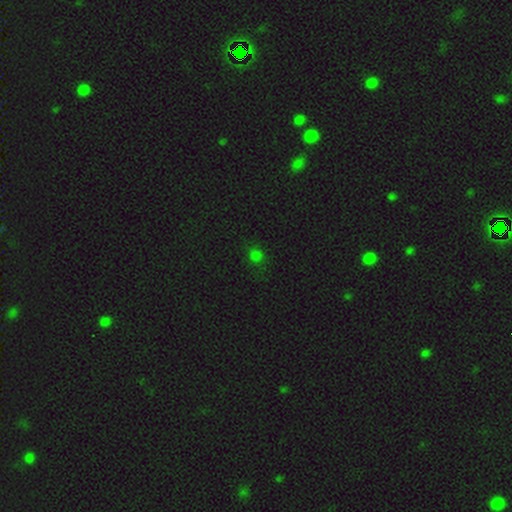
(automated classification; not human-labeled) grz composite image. It shows a smooth galaxy with no disk features (68%) that is round (85%). Merging: none (84%).